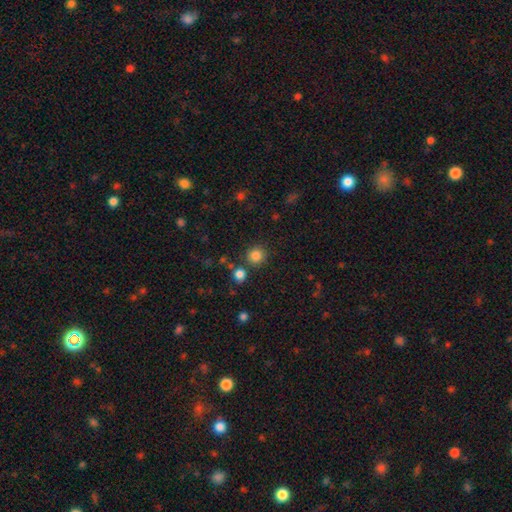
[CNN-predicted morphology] Q: Smooth or featured?
A: smooth (83%); runner-up: star or artifact (12%)
Q: How rounded?
A: round (91%); runner-up: in between (8%)
Q: Merging?
A: none (82%); runner-up: merger (8%)